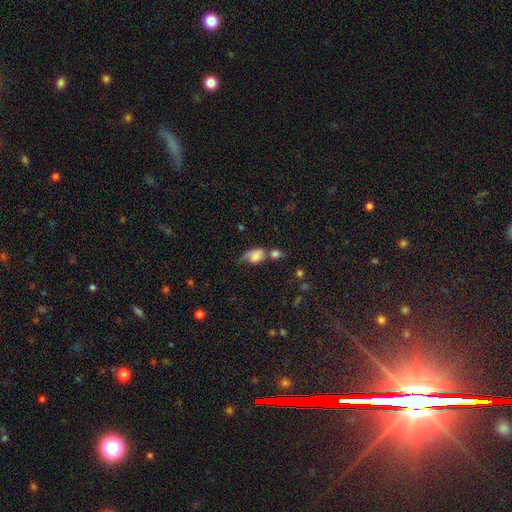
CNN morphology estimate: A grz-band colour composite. It shows a smooth galaxy with no disk features (62%) that is in between round and cigar-shaped (80%). Merging: merger (37%).